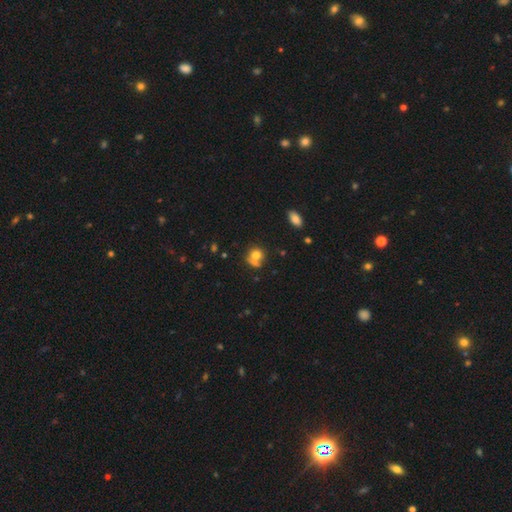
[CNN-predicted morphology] This is likely a smooth galaxy (73%). How rounded: likely round (76%). Merging: possibly none (46%).